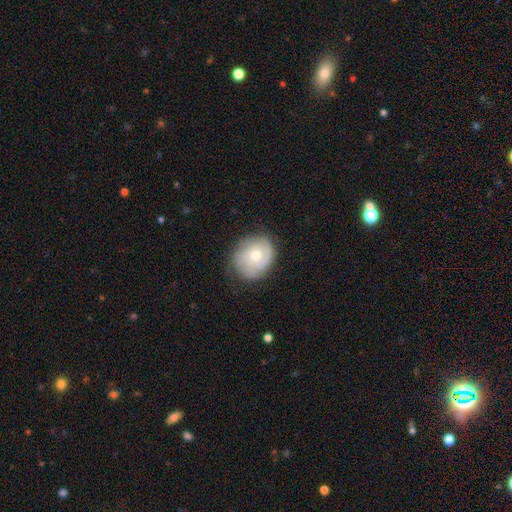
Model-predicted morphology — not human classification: Smooth or featured: featured or disk — 60% (smooth — 33%)
Edge-on disk: no — 97% (yes — 3%)
Bar: no — 79% (weak — 18%)
Spiral arms: yes — 84% (no — 16%)
Bulge size: moderate — 61% (small — 35%)
Merging: none — 73% (minor disturbance — 20%)